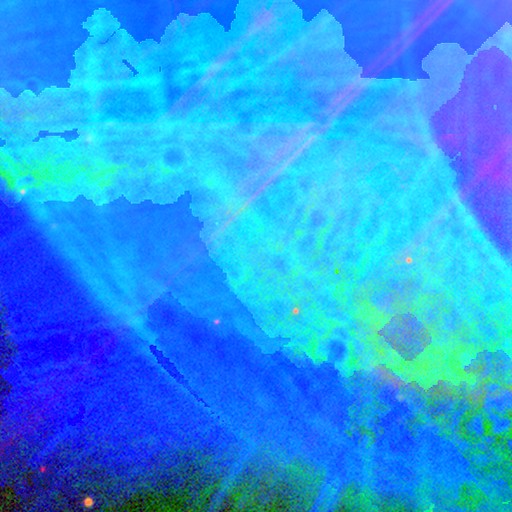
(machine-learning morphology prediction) smooth-or-featured: star or artifact: 86% | featured or disk: 7% | smooth: 6%